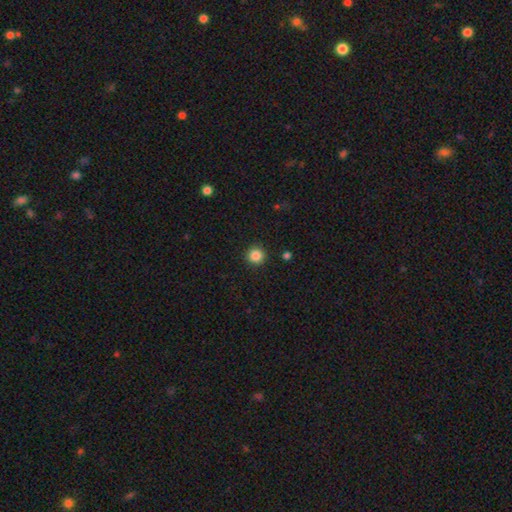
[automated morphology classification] A smooth galaxy with no disk features (85%) that is round (94%).

Vote fractions:
- Smooth or featured? smooth: 85% / star or artifact: 11% / featured or disk: 4%
- How rounded? round: 94% / in between: 5% / cigar-shaped: 1%
- Merging? none: 92% / minor disturbance: 5% / major disturbance: 2% / merger: 1%